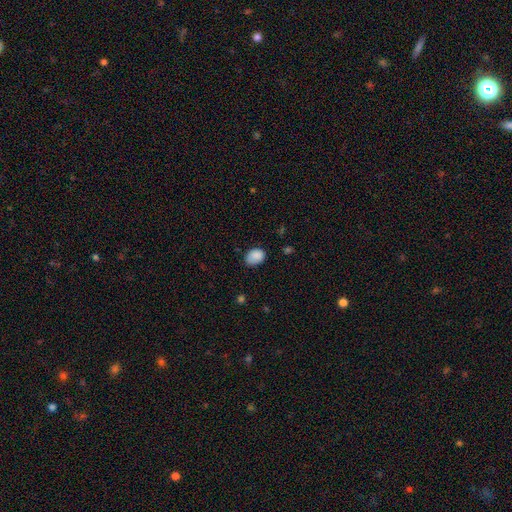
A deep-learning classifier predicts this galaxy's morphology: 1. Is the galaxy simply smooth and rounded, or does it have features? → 87% smooth, 8% star or artifact, 5% featured or disk.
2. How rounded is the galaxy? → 72% in between, 27% round, 1% cigar-shaped.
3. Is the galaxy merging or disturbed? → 69% none, 25% minor disturbance, 4% major disturbance, 1% merger.